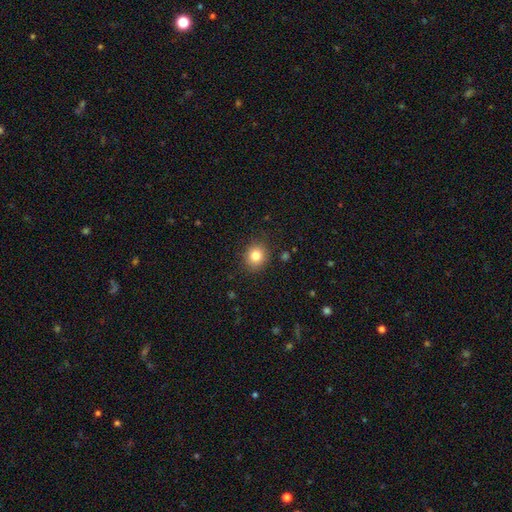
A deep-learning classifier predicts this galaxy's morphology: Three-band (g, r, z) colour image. It shows a smooth galaxy with no disk features (82%) that is round (78%). Merging: none (87%).